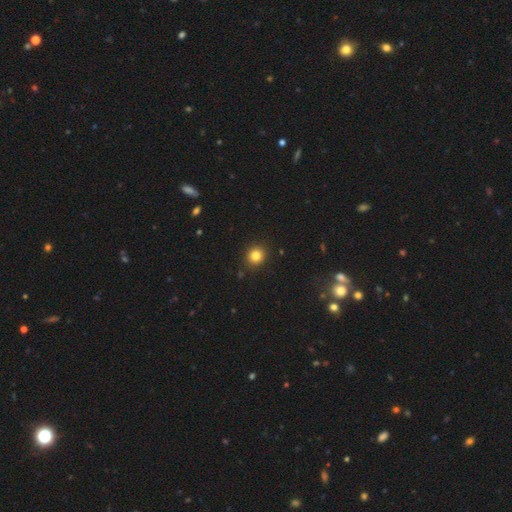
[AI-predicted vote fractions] smooth-or-featured: smooth: 82% | star or artifact: 12% | featured or disk: 5%
  how-rounded: round: 86% | in between: 13% | cigar-shaped: 1%
  merging: none: 90% | minor disturbance: 7% | major disturbance: 2% | merger: 1%